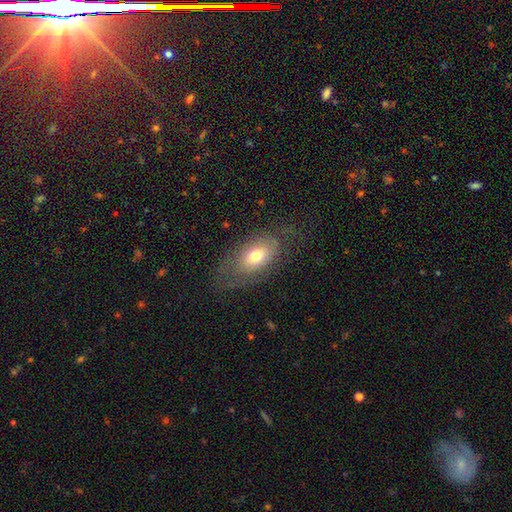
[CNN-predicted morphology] A smooth galaxy with no disk features (58%) that is in between round and cigar-shaped (89%). Merging: none (61%).